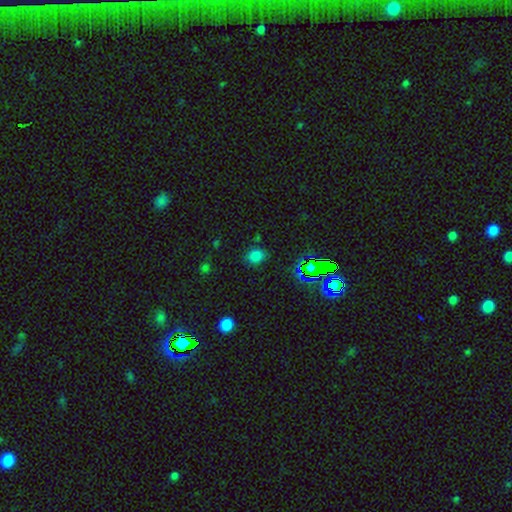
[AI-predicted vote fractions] Smooth or featured? smooth (73%)
How rounded? round (51%)
Merging? none (81%)